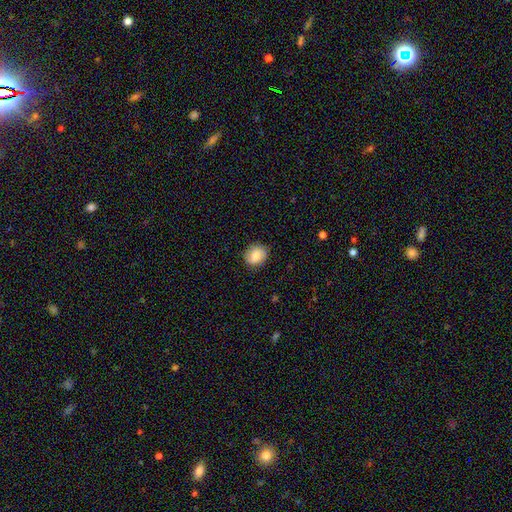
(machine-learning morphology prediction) Smooth or featured: smooth — 83% (featured or disk — 9%)
How rounded: round — 59% (in between — 40%)
Merging: none — 84% (minor disturbance — 12%)